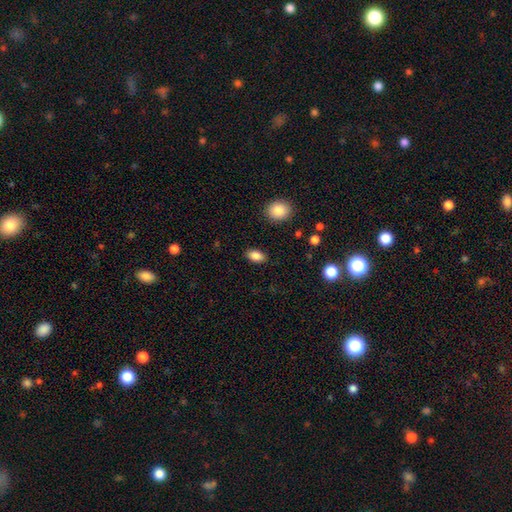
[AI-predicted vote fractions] Overall: smooth (86%). How rounded: in between (89%). Merging: none (88%).